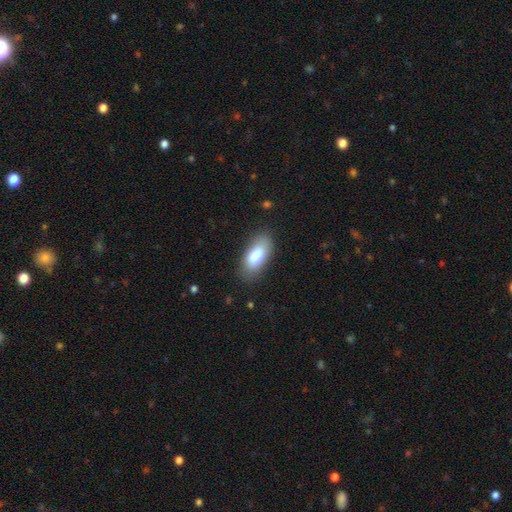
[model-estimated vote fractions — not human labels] smooth 82%, featured or disk 11%, star or artifact 7%. Down the decision tree: how rounded — in between (87%); merging — none (82%).